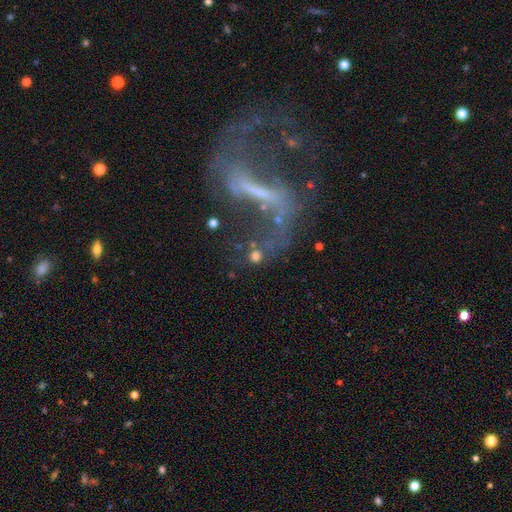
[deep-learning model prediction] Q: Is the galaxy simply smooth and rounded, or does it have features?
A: smooth — 42%.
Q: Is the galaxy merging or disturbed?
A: none — 49%.